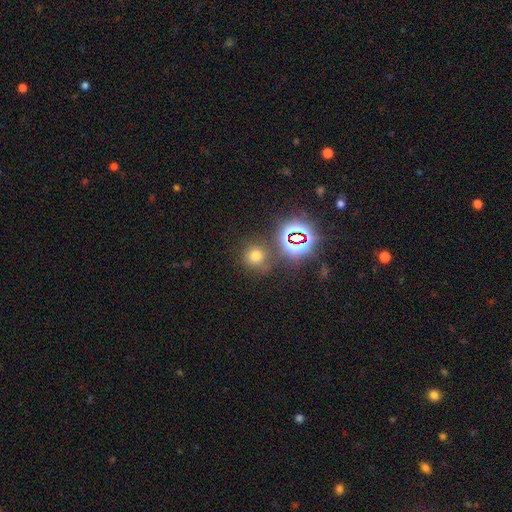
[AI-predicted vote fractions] Smooth or featured? Predicted: smooth (p=0.63). How rounded? Predicted: round (p=0.89). Merging? Predicted: none (p=0.74).